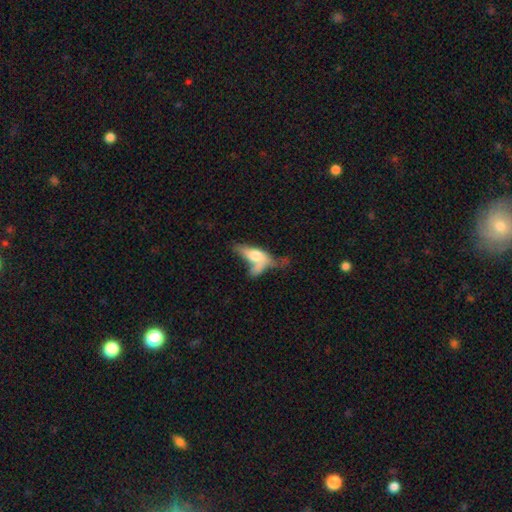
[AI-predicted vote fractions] Smooth or featured? smooth (54%)
How rounded? in between (59%)
Merging? merger (40%)